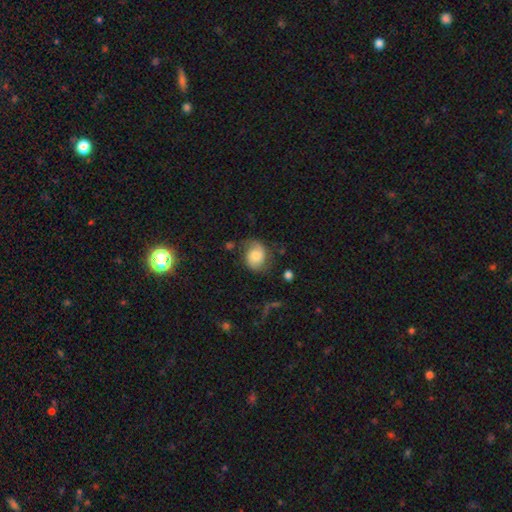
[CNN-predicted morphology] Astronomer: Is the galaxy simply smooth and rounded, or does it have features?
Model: smooth — 58% (runner-up: featured or disk, 34%).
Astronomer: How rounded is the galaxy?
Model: round — 53% (runner-up: in between, 46%).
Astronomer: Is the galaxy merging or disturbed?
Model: none — 58%.